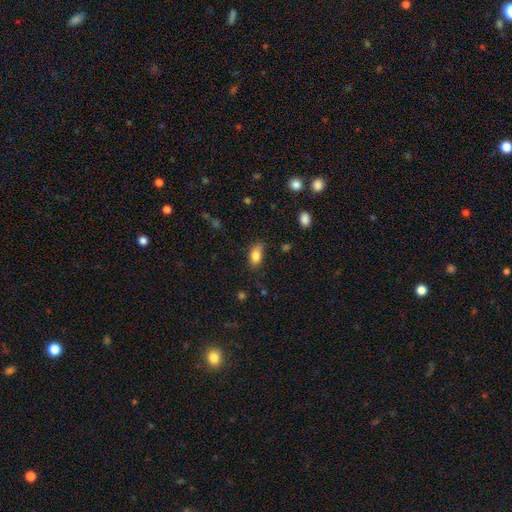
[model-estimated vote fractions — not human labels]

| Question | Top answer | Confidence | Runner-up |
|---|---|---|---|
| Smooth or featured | smooth | 83% | featured or disk (8%) |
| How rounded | in between | 88% | round (8%) |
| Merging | none | 64% | minor disturbance (27%) |